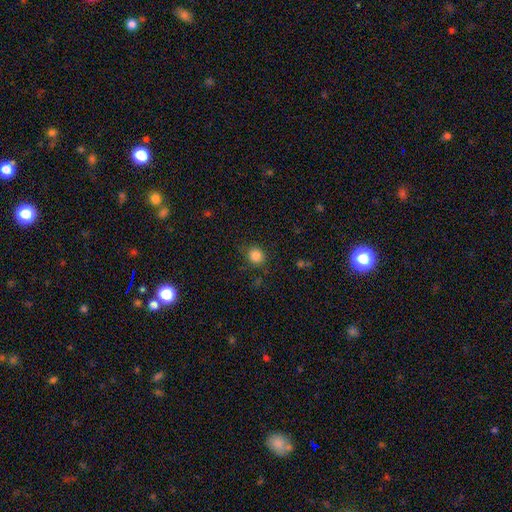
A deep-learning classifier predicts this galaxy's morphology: Smooth or featured: smooth — 84% (star or artifact — 11%)
How rounded: round — 82% (in between — 18%)
Merging: none — 82% (minor disturbance — 12%)